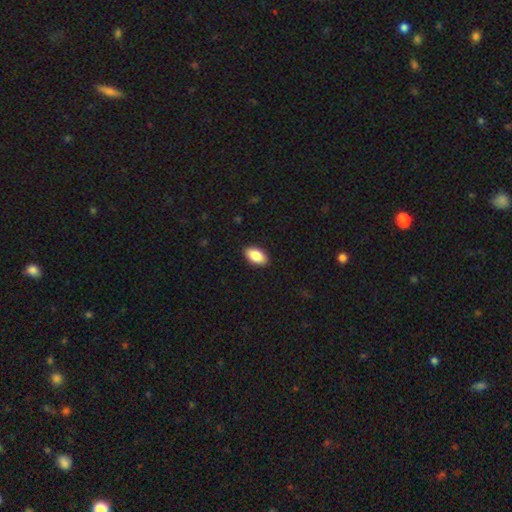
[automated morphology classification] The model was most divided on "smooth or featured": smooth: 88%, star or artifact: 6%, featured or disk: 6%. More confident: how rounded — in between (94%); merging — none (90%).